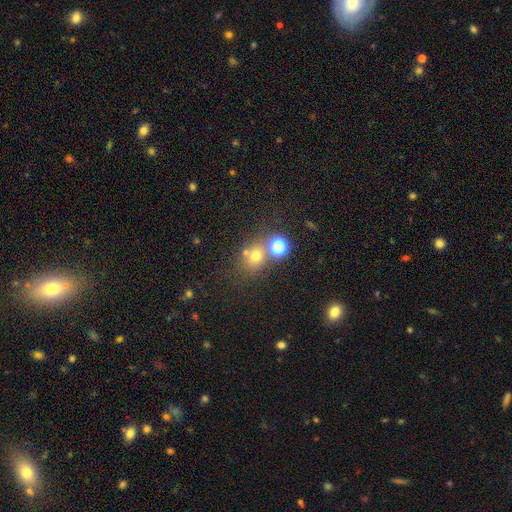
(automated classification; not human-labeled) A smooth galaxy with no disk features (64%) that is round (75%).

Vote fractions:
- Smooth or featured? smooth: 64% / star or artifact: 24% / featured or disk: 12%
- How rounded? round: 75% / in between: 24% / cigar-shaped: 1%
- Merging? none: 59% / merger: 26% / minor disturbance: 10% / major disturbance: 5%